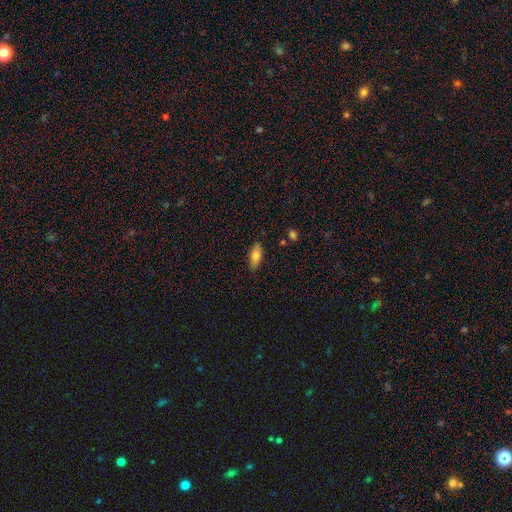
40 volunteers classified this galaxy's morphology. Smooth or featured?
  - smooth: 78% *
  - featured or disk: 15%
  - star or artifact: 8%
How rounded?
  - in between: 52% *
  - cigar-shaped: 45%
  - round: 3%
Merging?
  - none: 86% *
  - minor disturbance: 5%
  - major disturbance: 5%
  - merger: 3%